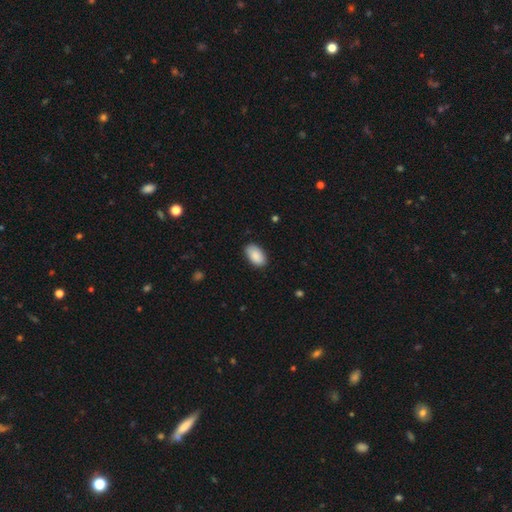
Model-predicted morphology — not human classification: Smooth or featured? Predicted: smooth (p=0.89). How rounded? Predicted: in between (p=0.95). Merging? Predicted: none (p=0.82).